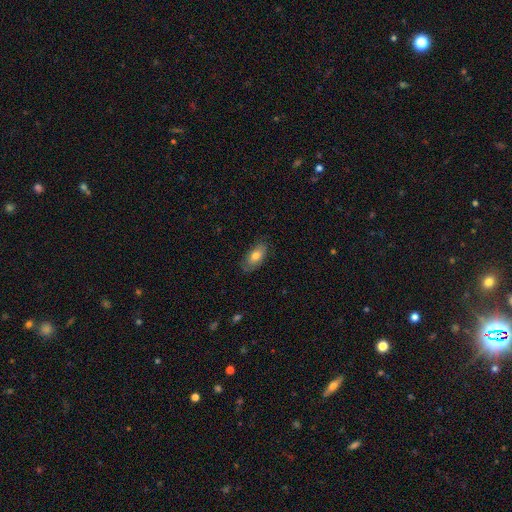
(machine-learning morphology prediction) Smooth or featured? Predicted: smooth (p=0.74). How rounded? Predicted: in between (p=0.88). Merging? Predicted: none (p=0.80).